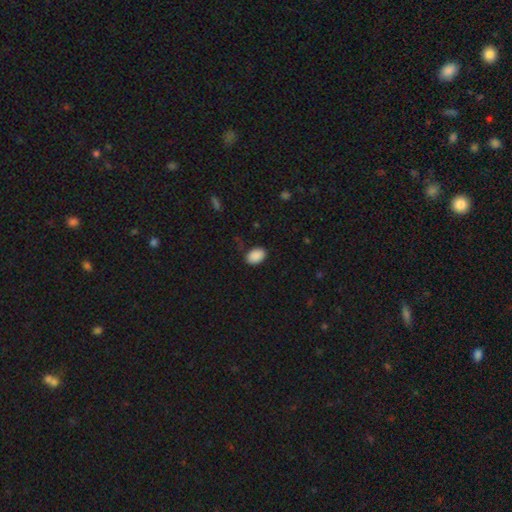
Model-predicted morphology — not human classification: type=smooth (89%); roundness=in between (84%); merging=none (85%).